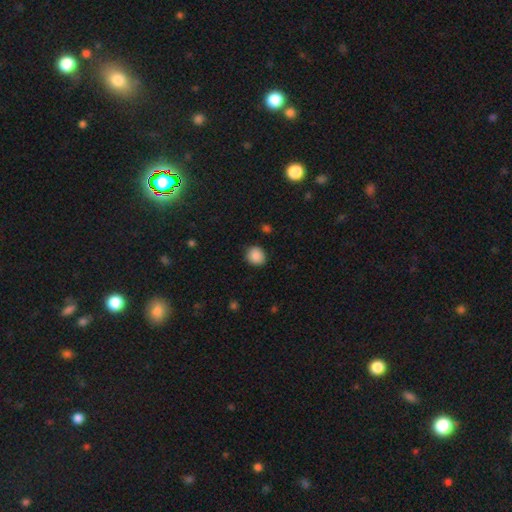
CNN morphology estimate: This is clearly a smooth galaxy (88%). How rounded: likely round (77%). Merging: clearly none (88%).